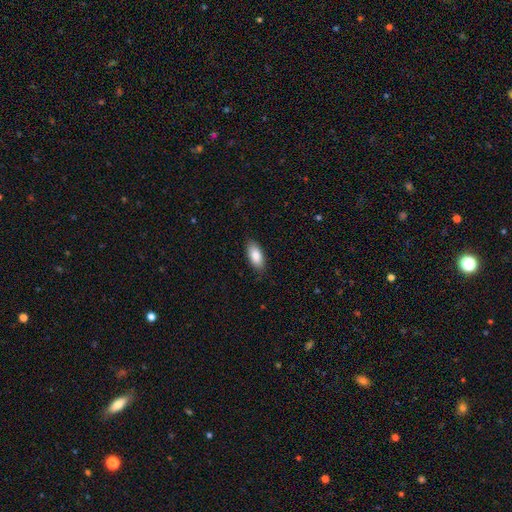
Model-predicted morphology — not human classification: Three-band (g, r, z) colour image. It shows a smooth galaxy with no disk features (85%) that is in between round and cigar-shaped (89%). Merging: none (85%).